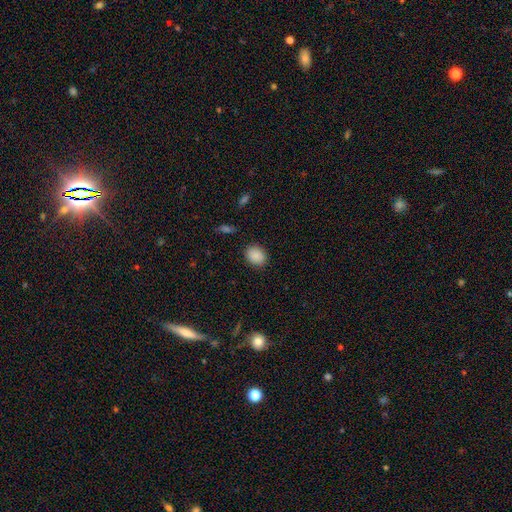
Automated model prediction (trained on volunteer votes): The model was most divided on "how rounded": in between: 56%, round: 43%, cigar-shaped: 1%. More confident: smooth or featured — smooth (89%); merging — none (87%).